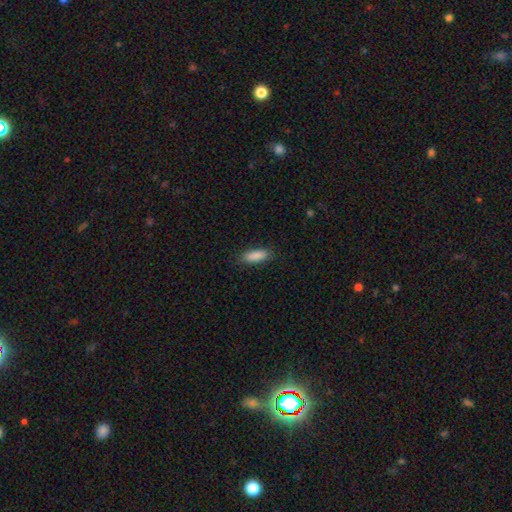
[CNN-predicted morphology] Q: Smooth or featured?
A: smooth (89%); runner-up: star or artifact (6%)
Q: How rounded?
A: in between (67%); runner-up: cigar-shaped (31%)
Q: Merging?
A: none (85%); runner-up: minor disturbance (12%)